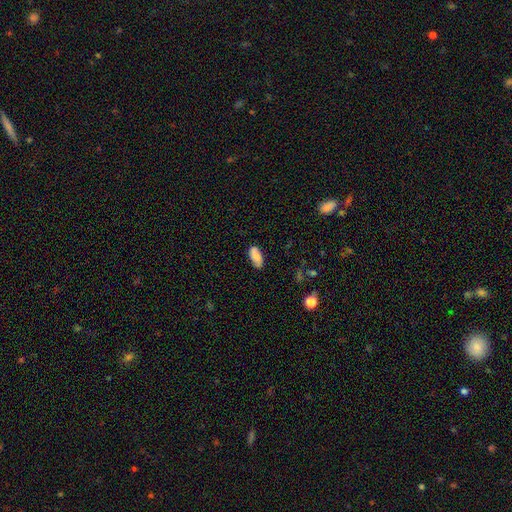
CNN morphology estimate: type=smooth (75%); roundness=in between (88%); merging=none (77%).